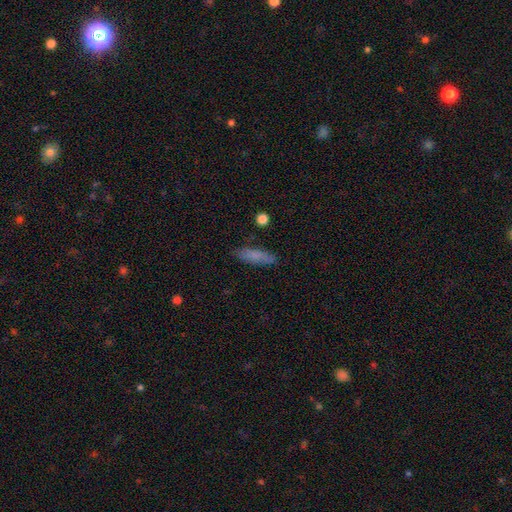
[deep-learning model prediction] smooth 77%, featured or disk 15%, star or artifact 8%. Down the decision tree: how rounded — cigar-shaped (66%); merging — none (82%).